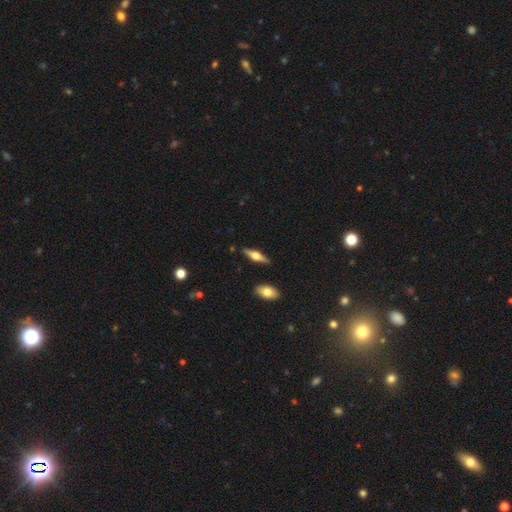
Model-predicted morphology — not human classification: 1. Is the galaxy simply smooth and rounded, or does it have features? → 61% featured or disk, 33% smooth, 6% star or artifact.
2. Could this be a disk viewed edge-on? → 95% yes, 5% no.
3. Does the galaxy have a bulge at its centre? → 93% rounded, 5% boxy, 2% none.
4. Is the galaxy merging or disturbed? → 87% none, 8% minor disturbance, 2% merger, 2% major disturbance.